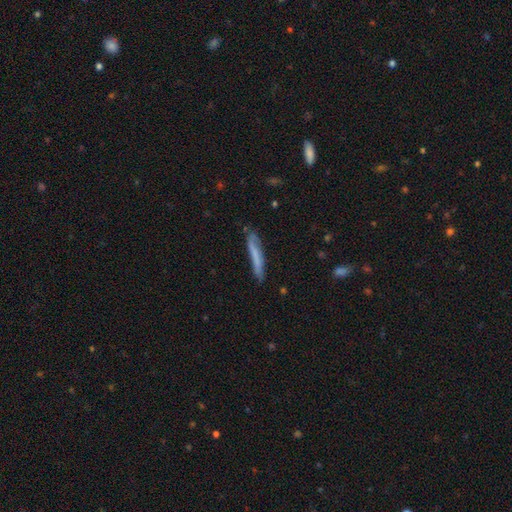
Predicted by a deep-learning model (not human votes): smooth 61%, featured or disk 33%, star or artifact 7%. Down the decision tree: how rounded — cigar-shaped (94%); merging — none (73%).